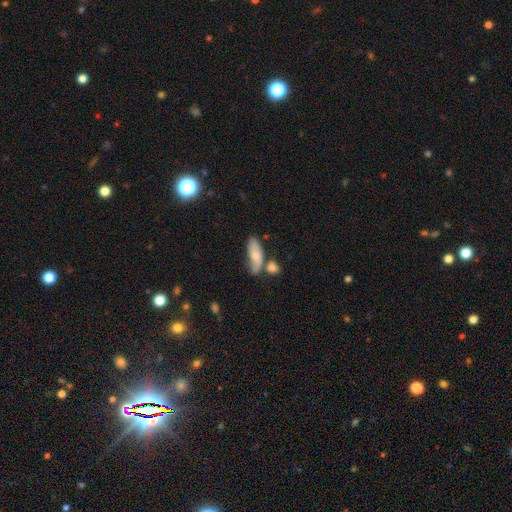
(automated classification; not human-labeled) Smooth or featured? Predicted: smooth (p=0.68). How rounded? Predicted: in between (p=0.73). Merging? Predicted: none (p=0.44).